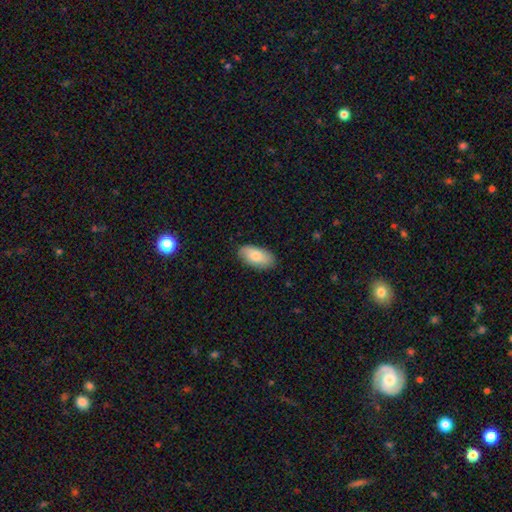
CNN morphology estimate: Smooth or featured?
  - smooth: 82% *
  - featured or disk: 13%
  - star or artifact: 6%
How rounded?
  - in between: 93% *
  - cigar-shaped: 4%
  - round: 2%
Merging?
  - none: 85% *
  - minor disturbance: 12%
  - major disturbance: 2%
  - merger: 1%